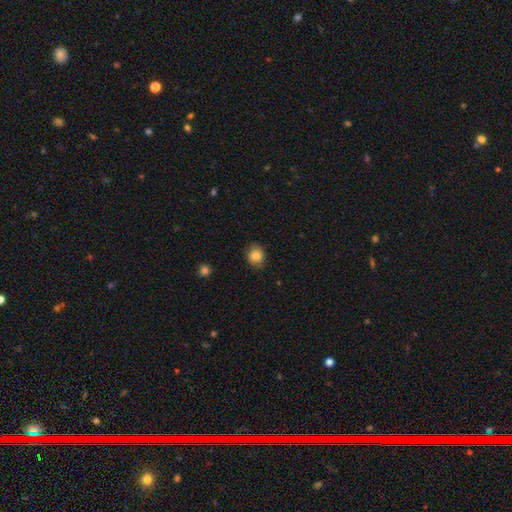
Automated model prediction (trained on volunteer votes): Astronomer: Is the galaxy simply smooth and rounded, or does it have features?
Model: smooth — 81%.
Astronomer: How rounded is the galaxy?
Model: round — 65%.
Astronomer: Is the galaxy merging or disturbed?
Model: none — 79%.